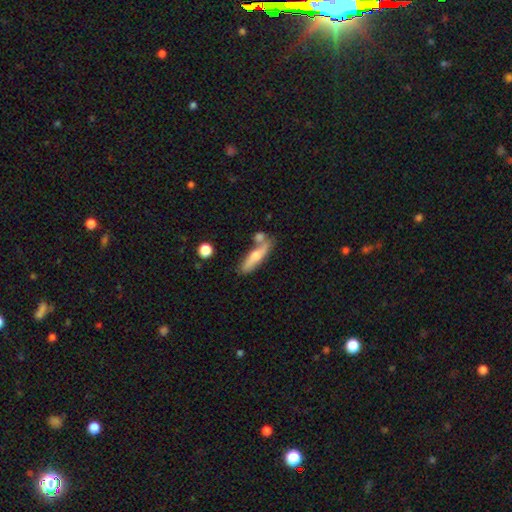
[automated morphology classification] smooth_or_featured: smooth (p=0.50) [alt: featured or disk p=0.44]
merging: none (p=0.60) [alt: merger p=0.19]